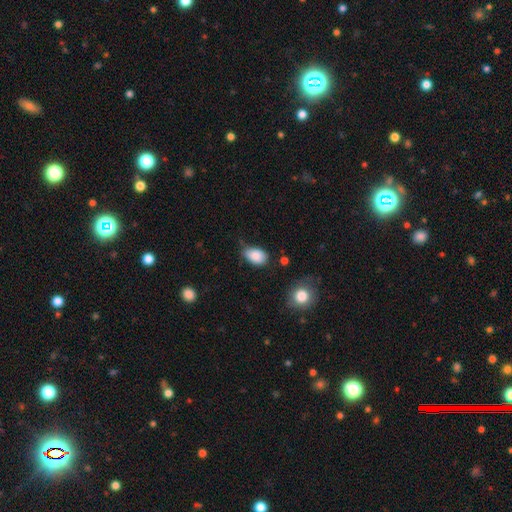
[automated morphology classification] Q: Smooth or featured?
A: smooth (86%); runner-up: star or artifact (8%)
Q: How rounded?
A: in between (89%); runner-up: round (10%)
Q: Merging?
A: none (53%); runner-up: minor disturbance (36%)